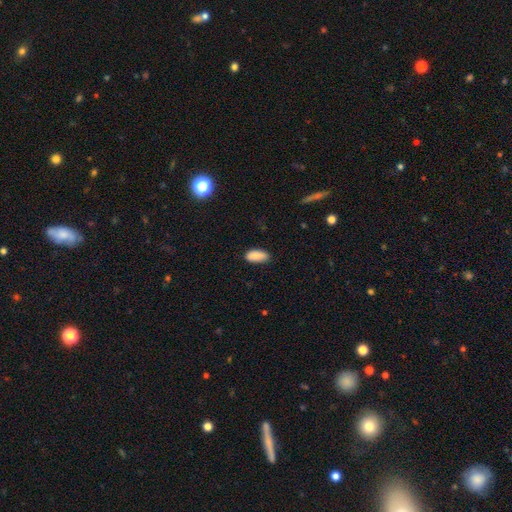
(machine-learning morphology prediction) The model was most divided on "merging": none: 77%, minor disturbance: 19%, major disturbance: 3%, merger: 1%. More confident: how rounded — in between (91%); smooth or featured — smooth (89%).